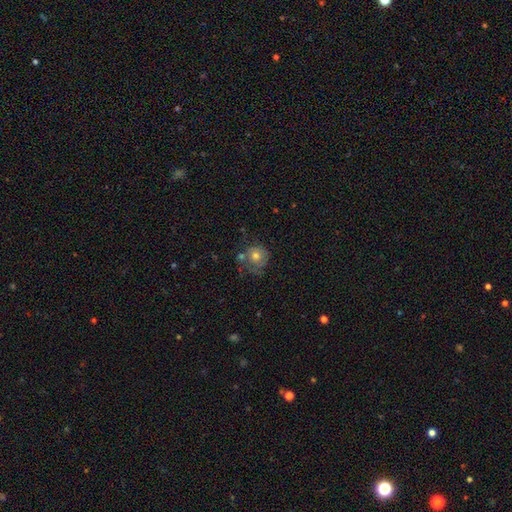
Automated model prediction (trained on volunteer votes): Q: Smooth or featured?
A: smooth (58%); runner-up: featured or disk (31%)
Q: How rounded?
A: round (87%); runner-up: in between (12%)
Q: Merging?
A: none (52%); runner-up: minor disturbance (23%)